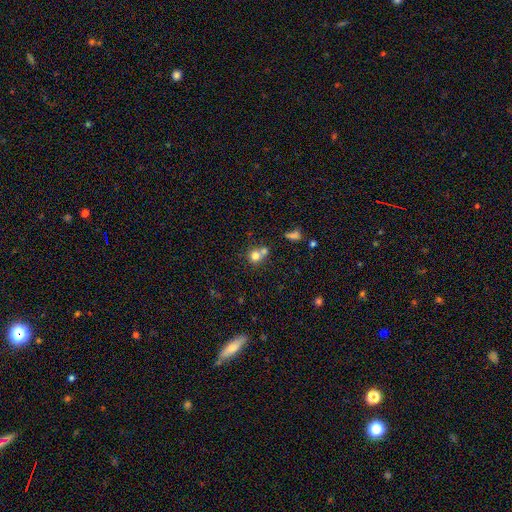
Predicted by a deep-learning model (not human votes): smooth_or_featured: smooth (p=0.75) [alt: featured or disk p=0.13]
how_rounded: round (p=0.82) [alt: in between p=0.17]
merging: merger (p=0.48) [alt: none p=0.40]